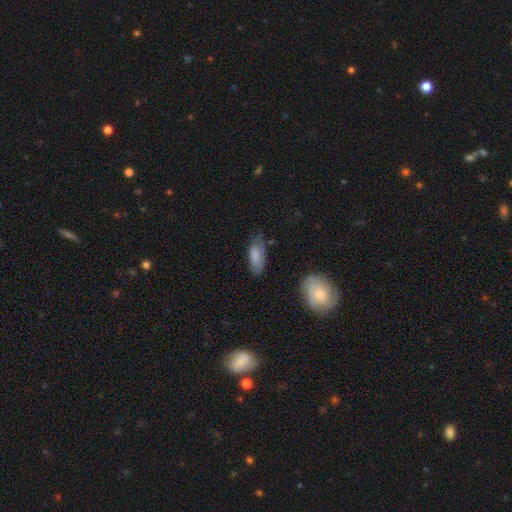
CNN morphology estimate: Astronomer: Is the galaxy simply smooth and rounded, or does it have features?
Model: smooth — 80%.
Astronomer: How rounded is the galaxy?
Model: in between — 82%.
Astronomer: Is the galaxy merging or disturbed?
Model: none — 62%.